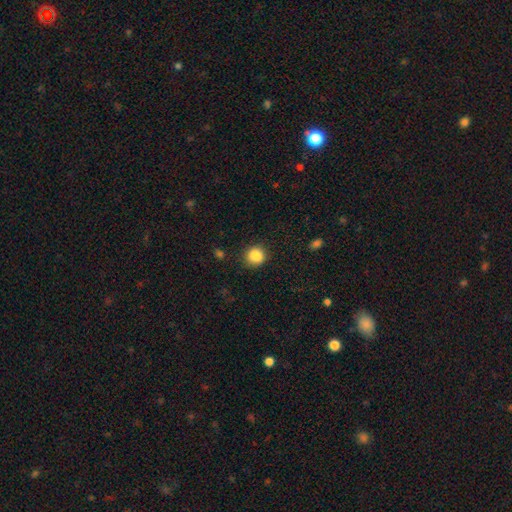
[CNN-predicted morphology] Smooth or featured: smooth — 87% (star or artifact — 10%)
How rounded: round — 85% (in between — 15%)
Merging: none — 83% (minor disturbance — 12%)